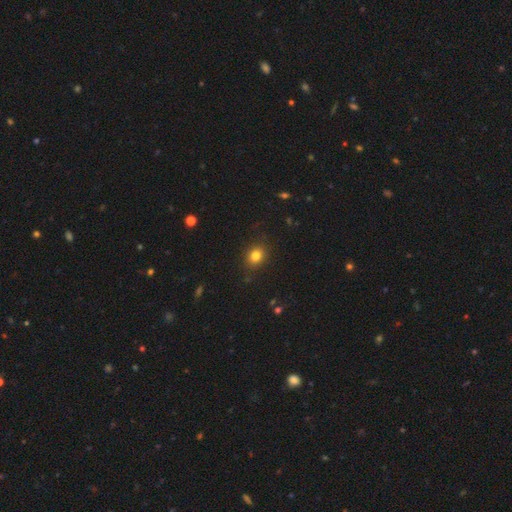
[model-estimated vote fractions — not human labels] Smooth or featured? smooth (82%)
How rounded? round (59%)
Merging? none (86%)